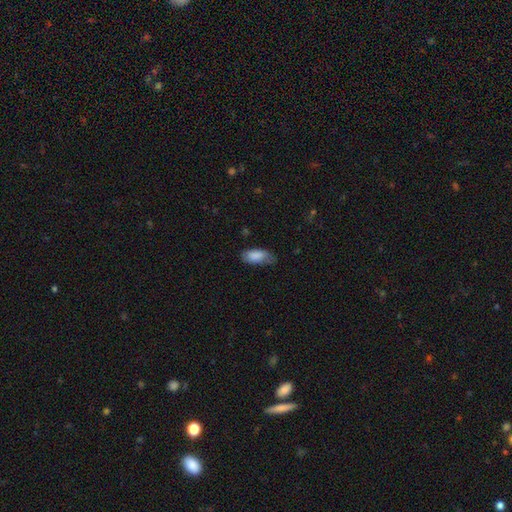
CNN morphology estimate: This appears to be a smooth galaxy with no disk features (85%) that is in between round and cigar-shaped (89%). Merging: none (58%).